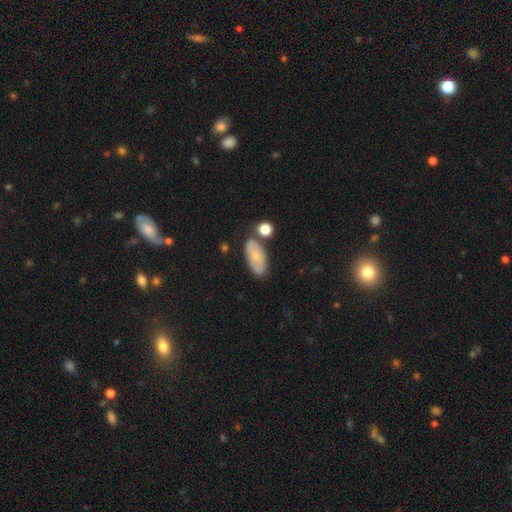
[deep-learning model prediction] The model was most divided on "smooth or featured": smooth: 56%, featured or disk: 37%, star or artifact: 8%. More confident: how rounded — in between (89%); merging — none (67%).